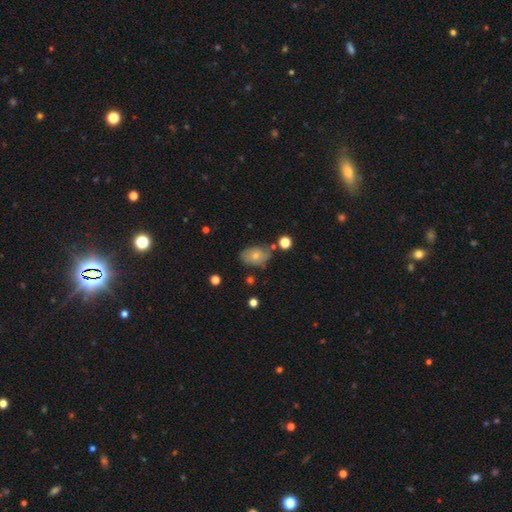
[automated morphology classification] Smooth or featured?
  - smooth: 70% *
  - featured or disk: 21%
  - star or artifact: 9%
How rounded?
  - in between: 82% *
  - round: 17%
  - cigar-shaped: 1%
Merging?
  - none: 65% *
  - minor disturbance: 24%
  - major disturbance: 6%
  - merger: 6%